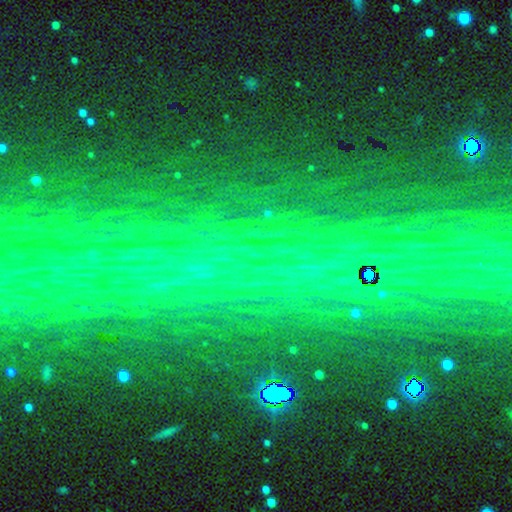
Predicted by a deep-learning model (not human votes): A star or artifact, not a galaxy (85%).